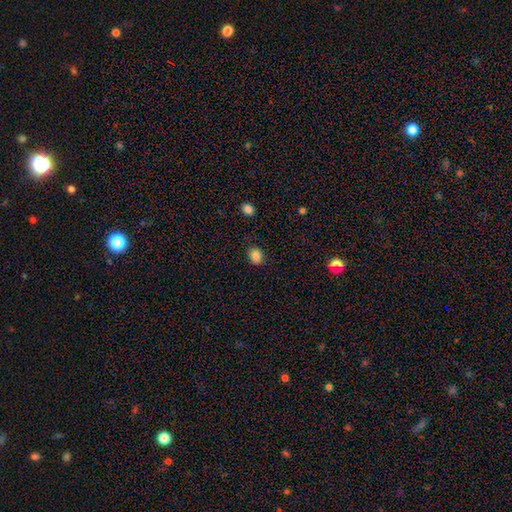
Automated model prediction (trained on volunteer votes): Morphology: type=smooth (85%); roundness=in between (54%); merging=none (84%).